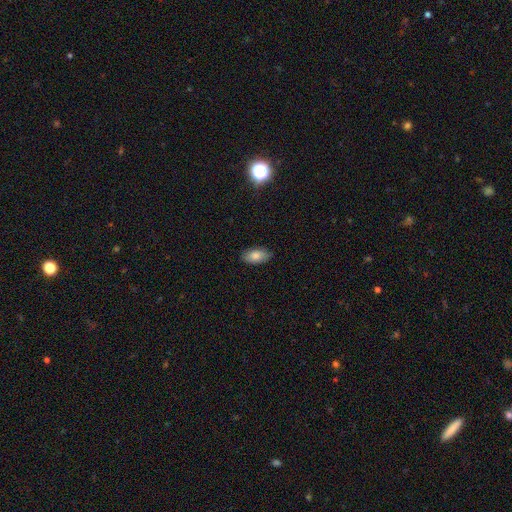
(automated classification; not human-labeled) smooth_or_featured: smooth (p=0.81) [alt: featured or disk p=0.11]
how_rounded: in between (p=0.93) [alt: cigar-shaped p=0.04]
merging: none (p=0.85) [alt: minor disturbance p=0.12]